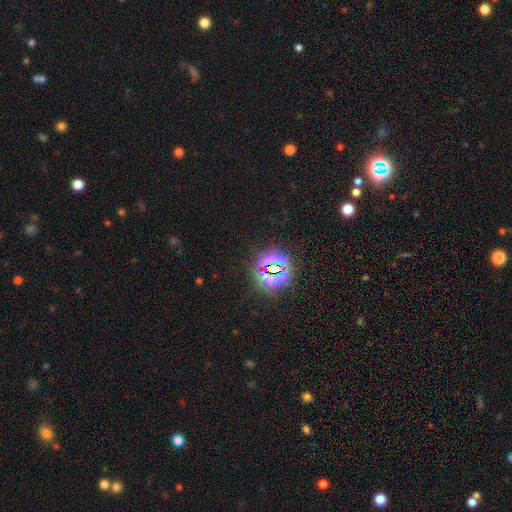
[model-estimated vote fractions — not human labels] Smooth or featured? star or artifact (78%)